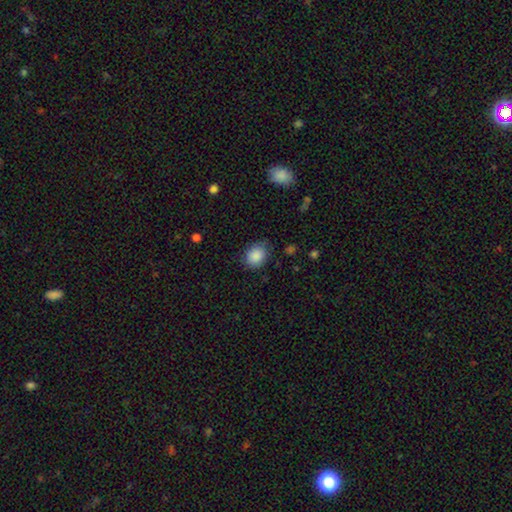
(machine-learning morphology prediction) Q: Smooth or featured?
A: smooth (87%); runner-up: star or artifact (8%)
Q: How rounded?
A: round (59%); runner-up: in between (40%)
Q: Merging?
A: none (76%); runner-up: minor disturbance (18%)